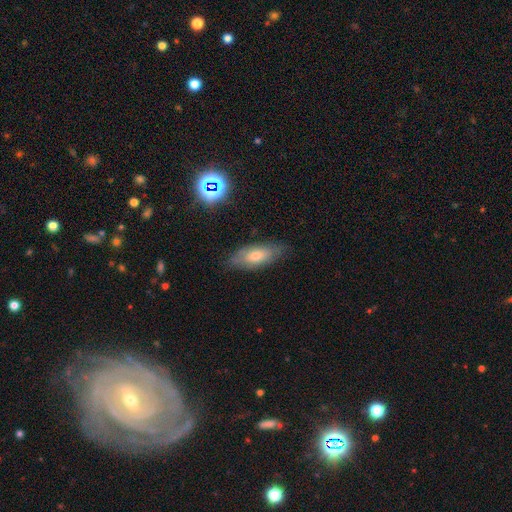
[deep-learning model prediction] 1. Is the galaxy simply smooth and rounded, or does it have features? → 59% smooth, 31% featured or disk, 10% star or artifact.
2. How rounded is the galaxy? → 78% in between, 19% cigar-shaped, 3% round.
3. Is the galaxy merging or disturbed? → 78% none, 17% minor disturbance, 3% major disturbance, 1% merger.